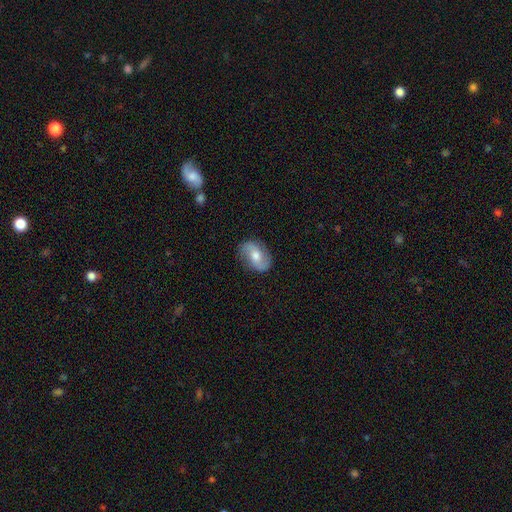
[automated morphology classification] A featured or disk galaxy (60%) with no bar (42%), spiral arms (84%) and a moderate central bulge (69%).

Vote fractions:
- Smooth or featured? featured or disk: 60% / smooth: 34% / star or artifact: 7%
- Edge-on disk? no: 95% / yes: 5%
- Bar? no: 42% / weak: 41% / strong: 17%
- Spiral arms? yes: 84% / no: 16%
- Bulge size? moderate: 69% / small: 16% / large: 11% / none: 2% / dominant: 1%
- Merging? none: 82% / minor disturbance: 13% / major disturbance: 4% / merger: 1%